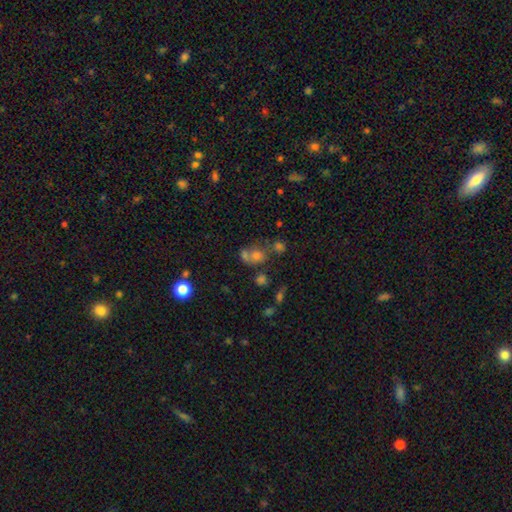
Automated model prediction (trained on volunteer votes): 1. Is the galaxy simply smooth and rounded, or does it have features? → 54% smooth, 30% star or artifact, 16% featured or disk.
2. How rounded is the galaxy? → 70% round, 28% in between, 2% cigar-shaped.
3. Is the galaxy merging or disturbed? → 44% none, 39% merger, 10% minor disturbance, 7% major disturbance.